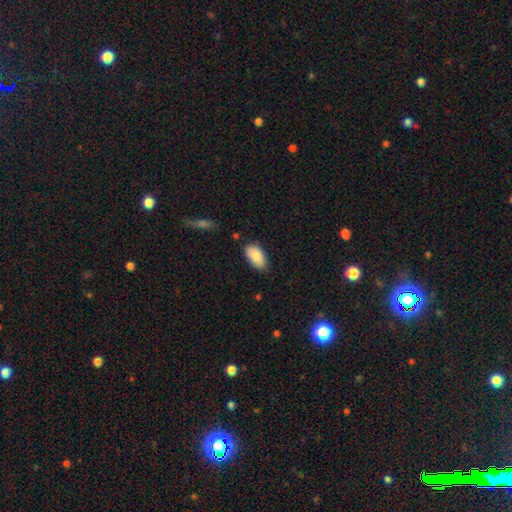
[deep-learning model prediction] A smooth galaxy with no disk features (87%) that is in between round and cigar-shaped (94%). Merging: none (76%).